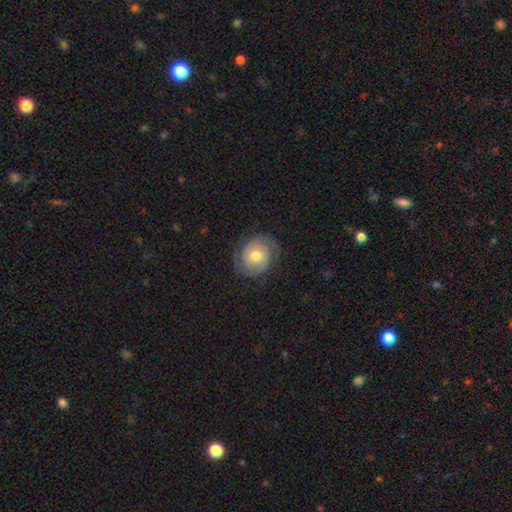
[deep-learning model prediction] This appears to be a featured or disk galaxy (66%) with no bar (70%), 2 (83%) tight (55%) spiral arms (90%) and a moderate central bulge (67%). Merging: none (78%).